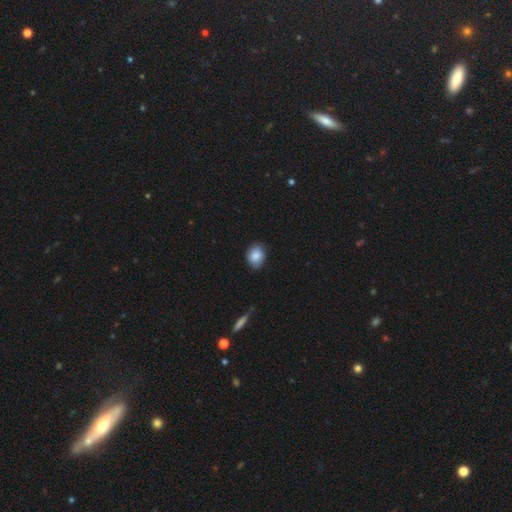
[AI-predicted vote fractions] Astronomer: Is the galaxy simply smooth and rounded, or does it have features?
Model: smooth — 85%.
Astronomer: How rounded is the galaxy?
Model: round — 51% (runner-up: in between, 48%).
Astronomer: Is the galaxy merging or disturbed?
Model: none — 80%.